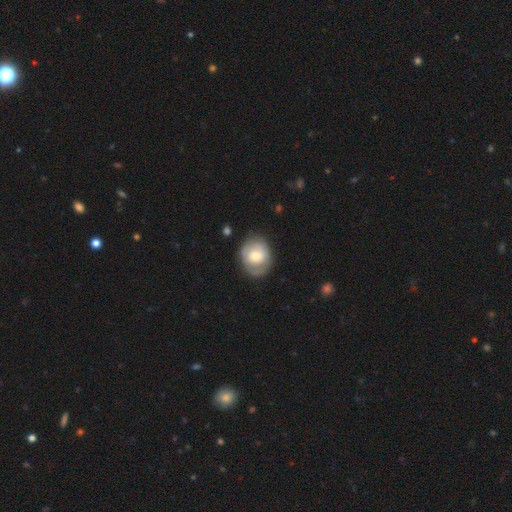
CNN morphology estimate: type=featured or disk (47%, tied with smooth); merging=none (73%).